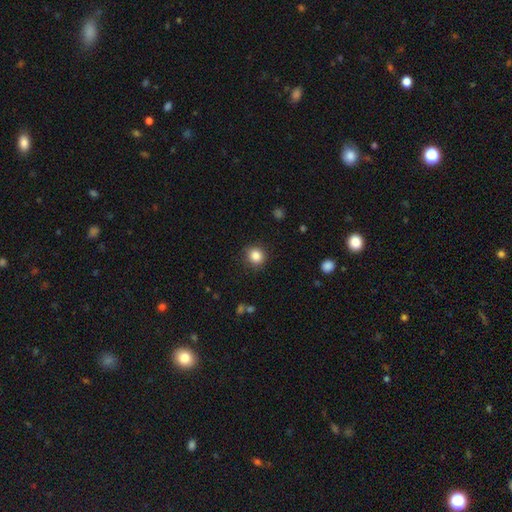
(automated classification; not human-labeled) A smooth galaxy with no disk features (85%) that is round (89%).

Vote fractions:
- Smooth or featured? smooth: 85% / star or artifact: 10% / featured or disk: 5%
- How rounded? round: 89% / in between: 10% / cigar-shaped: 1%
- Merging? none: 87% / minor disturbance: 9% / major disturbance: 3% / merger: 1%